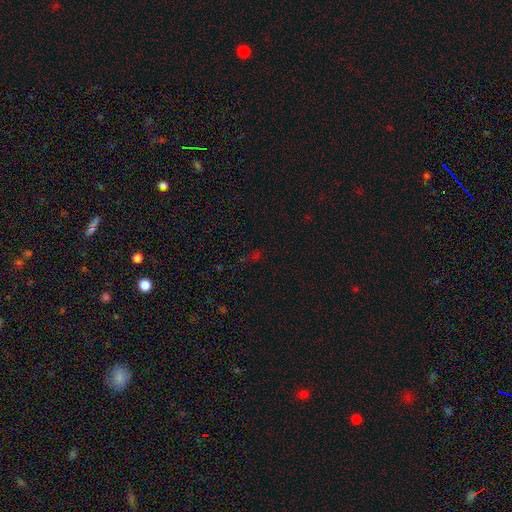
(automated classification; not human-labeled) smooth-or-featured: star or artifact: 65% | smooth: 26% | featured or disk: 8%